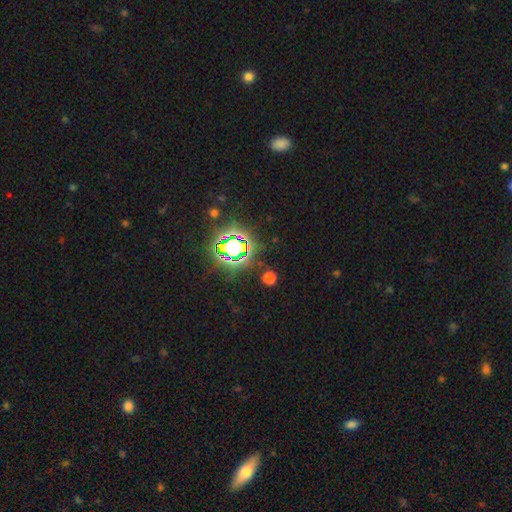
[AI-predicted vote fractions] Smooth or featured? Predicted: star or artifact (p=0.79).